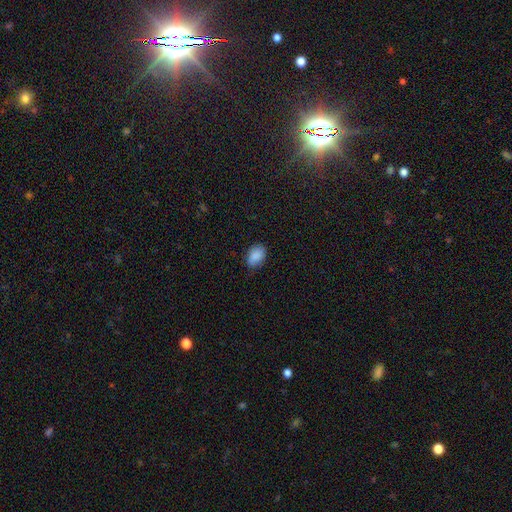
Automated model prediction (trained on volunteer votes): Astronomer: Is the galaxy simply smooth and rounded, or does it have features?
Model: smooth — 89%.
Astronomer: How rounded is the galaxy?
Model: in between — 81%.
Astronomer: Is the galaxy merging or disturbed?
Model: none — 78%.